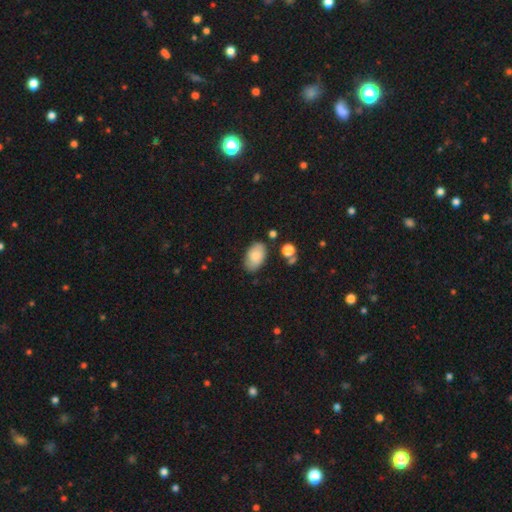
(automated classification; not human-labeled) Morphology: type=smooth (81%); roundness=in between (93%); merging=none (75%).